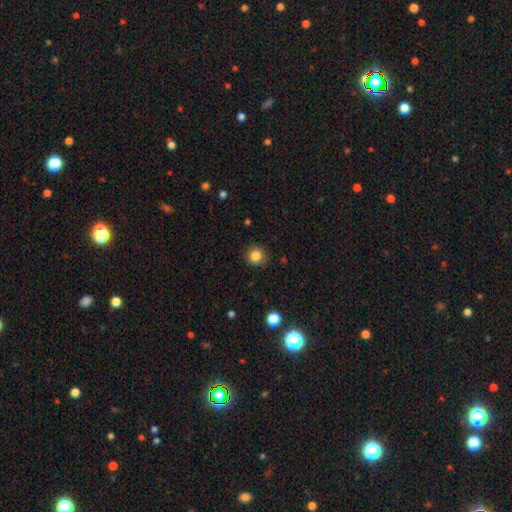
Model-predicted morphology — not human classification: Smooth or featured?
  - smooth: 84% *
  - star or artifact: 11%
  - featured or disk: 5%
How rounded?
  - round: 90% *
  - in between: 9%
  - cigar-shaped: 1%
Merging?
  - none: 88% *
  - minor disturbance: 8%
  - major disturbance: 2%
  - merger: 1%